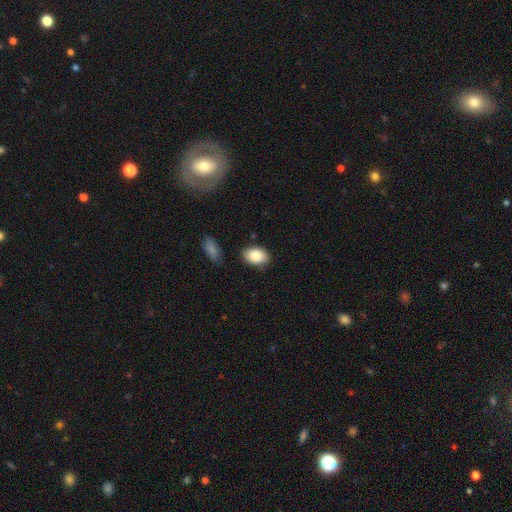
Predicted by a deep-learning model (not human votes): Morphology: type=smooth (87%); roundness=in between (85%); merging=none (80%).